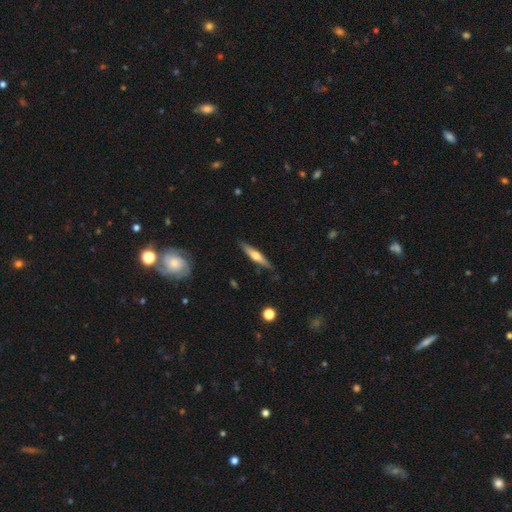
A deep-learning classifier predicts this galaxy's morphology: Q: Smooth or featured?
A: featured or disk (54%); runner-up: smooth (40%)
Q: Edge-on disk?
A: yes (94%); runner-up: no (6%)
Q: Edge-on bulge?
A: rounded (87%); runner-up: none (8%)
Q: Merging?
A: none (84%); runner-up: minor disturbance (12%)